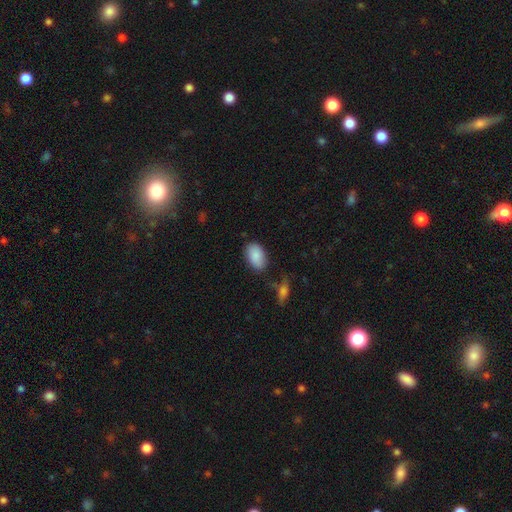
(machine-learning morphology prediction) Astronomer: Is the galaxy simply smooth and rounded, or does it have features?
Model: smooth — 89%.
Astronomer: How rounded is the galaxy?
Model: in between — 93%.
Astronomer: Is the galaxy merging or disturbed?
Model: none — 77%.